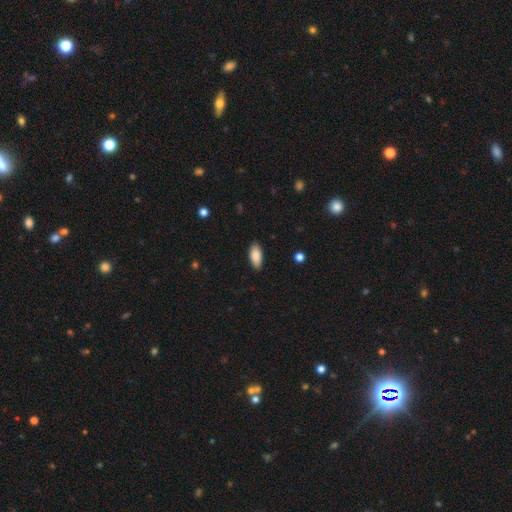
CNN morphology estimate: Q: Smooth or featured?
A: smooth (88%); runner-up: star or artifact (6%)
Q: How rounded?
A: in between (89%); runner-up: cigar-shaped (9%)
Q: Merging?
A: none (86%); runner-up: minor disturbance (11%)